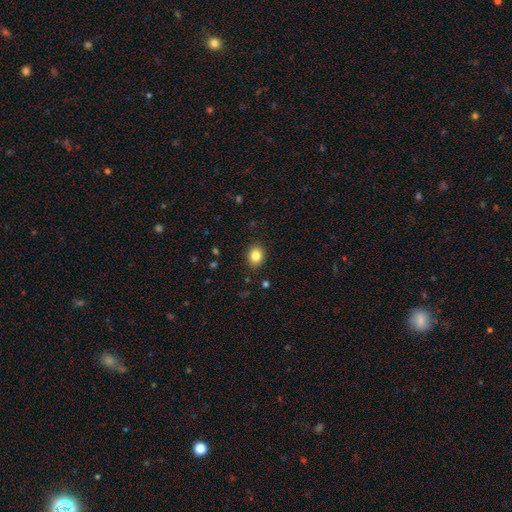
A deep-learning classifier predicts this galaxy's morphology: Smooth or featured?
  - smooth: 83% *
  - star or artifact: 10%
  - featured or disk: 6%
How rounded?
  - round: 58% *
  - in between: 41%
  - cigar-shaped: 1%
Merging?
  - none: 89% *
  - minor disturbance: 8%
  - major disturbance: 2%
  - merger: 1%